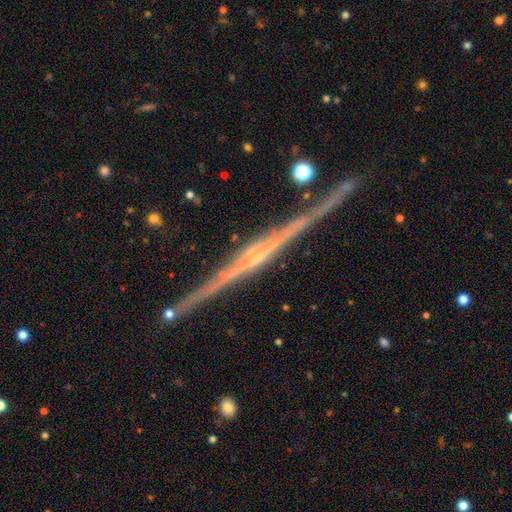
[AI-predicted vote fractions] smooth_or_featured: featured or disk (p=0.89) [alt: star or artifact p=0.06]
disk_edge_on: yes (p=0.98) [alt: no p=0.02]
edge_on_bulge: rounded (p=0.67) [alt: none p=0.21]
merging: none (p=0.89) [alt: minor disturbance p=0.07]